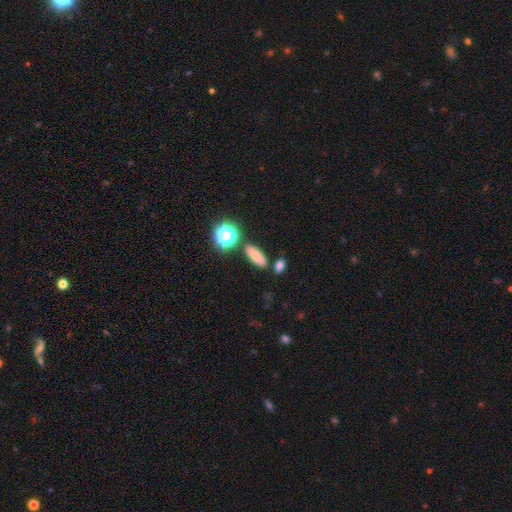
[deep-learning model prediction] Morphology: type=smooth (78%); roundness=in between (64%); merging=none (82%).